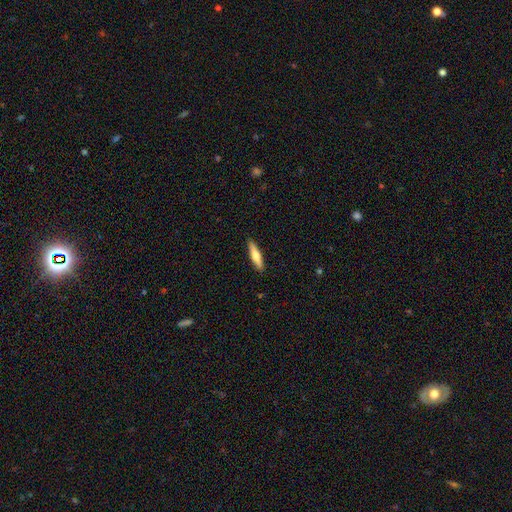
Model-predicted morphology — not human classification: Smooth or featured: smooth — 60% (featured or disk — 35%)
How rounded: cigar-shaped — 81% (in between — 17%)
Merging: none — 90% (minor disturbance — 8%)